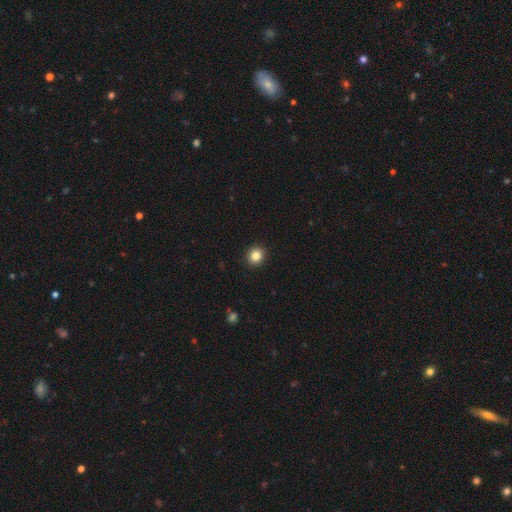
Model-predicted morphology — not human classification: Smooth or featured? Predicted: smooth (p=0.84). How rounded? Predicted: round (p=0.85). Merging? Predicted: none (p=0.93).